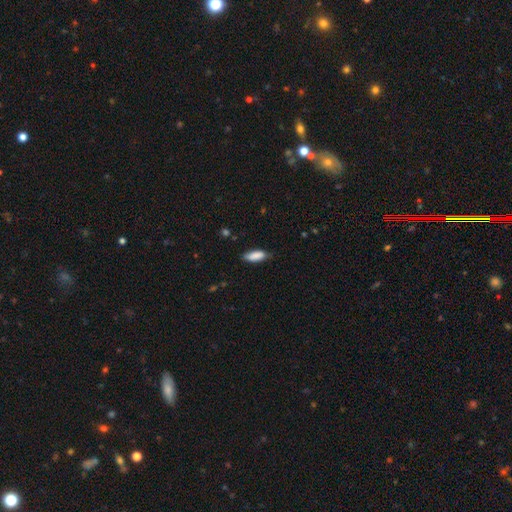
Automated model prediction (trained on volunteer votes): smooth_or_featured: smooth (p=0.87) [alt: featured or disk p=0.07]
how_rounded: in between (p=0.69) [alt: cigar-shaped p=0.29]
merging: none (p=0.76) [alt: minor disturbance p=0.19]